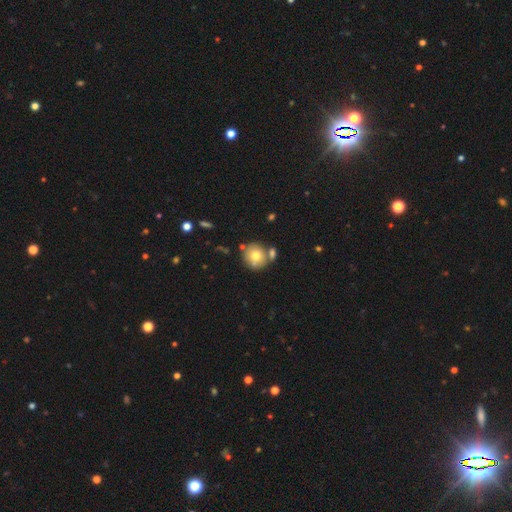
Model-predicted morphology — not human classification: Smooth or featured?
  - smooth: 72% *
  - featured or disk: 18%
  - star or artifact: 10%
How rounded?
  - round: 91% *
  - in between: 8%
  - cigar-shaped: 1%
Merging?
  - none: 64% *
  - merger: 21%
  - minor disturbance: 12%
  - major disturbance: 3%